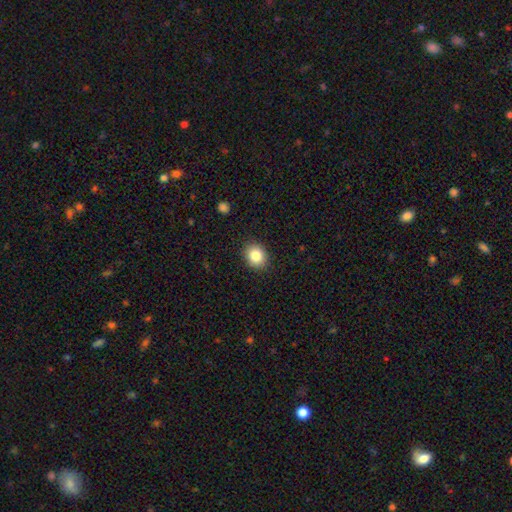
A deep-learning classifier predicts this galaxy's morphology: Smooth or featured? Predicted: smooth (p=0.84). How rounded? Predicted: round (p=0.66). Merging? Predicted: none (p=0.89).